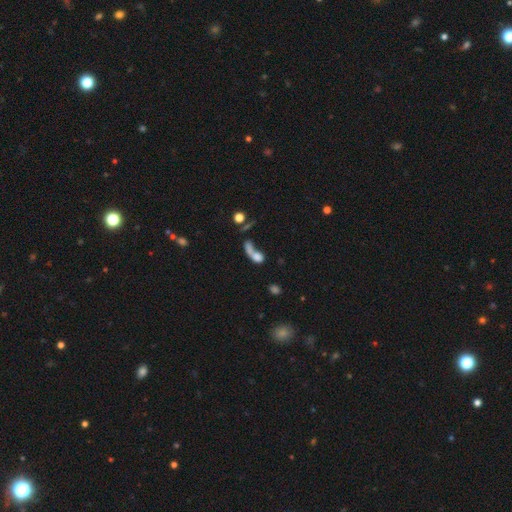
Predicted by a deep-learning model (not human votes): Smooth or featured?
  - smooth: 63% *
  - featured or disk: 23%
  - star or artifact: 14%
How rounded?
  - in between: 57% *
  - round: 28%
  - cigar-shaped: 15%
Merging?
  - merger: 54% *
  - none: 21%
  - major disturbance: 16%
  - minor disturbance: 8%